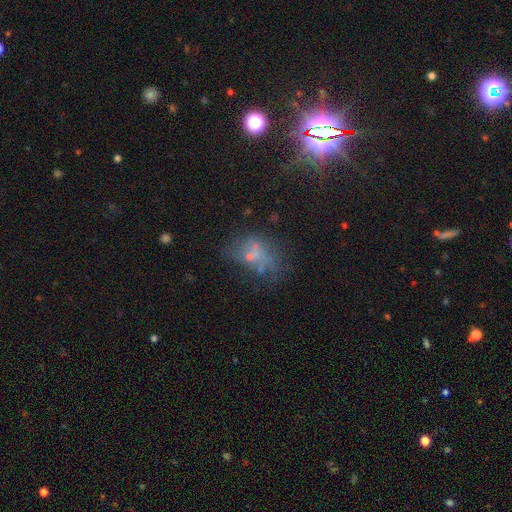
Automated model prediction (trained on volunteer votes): The model was most divided on "smooth or featured": star or artifact: 39%, featured or disk: 32%, smooth: 29%.